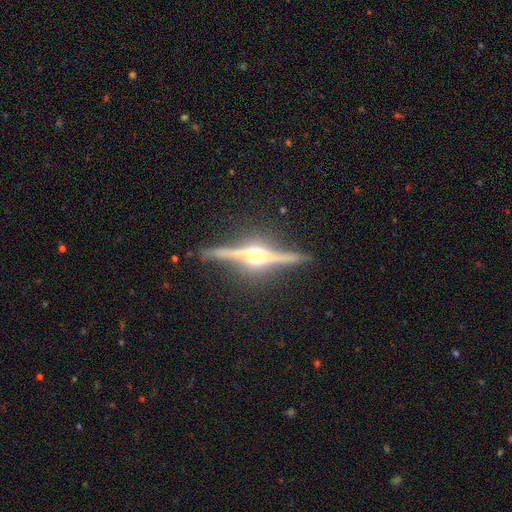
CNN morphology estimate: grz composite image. It shows a featured or disk galaxy (89%) viewed edge-on (97%) with a rounded central bulge (93%). Merging: none (87%).